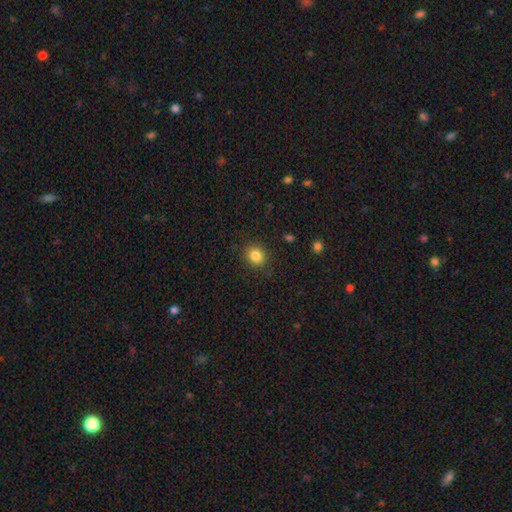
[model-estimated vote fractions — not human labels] The model was most divided on "how rounded": round: 80%, in between: 19%, cigar-shaped: 1%. More confident: merging — none (89%); smooth or featured — smooth (83%).